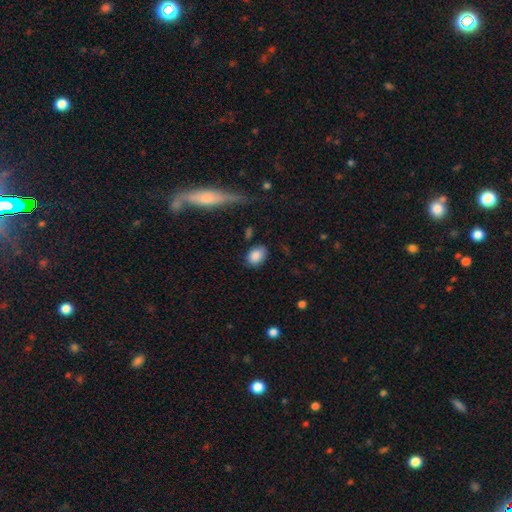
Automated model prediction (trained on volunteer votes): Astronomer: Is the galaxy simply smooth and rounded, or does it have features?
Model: smooth — 87%.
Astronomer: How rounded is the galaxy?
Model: in between — 73%.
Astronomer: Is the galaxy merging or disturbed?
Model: none — 76%.